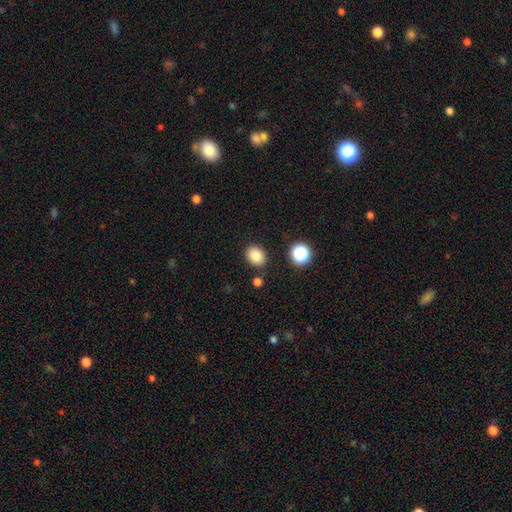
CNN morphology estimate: Smooth or featured? Predicted: smooth (p=0.83). How rounded? Predicted: round (p=0.52). Merging? Predicted: none (p=0.85).